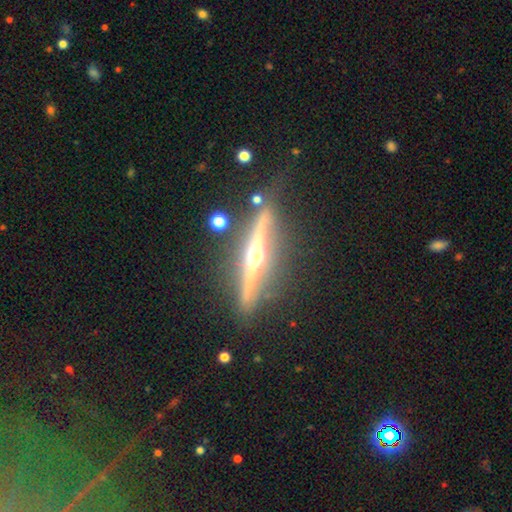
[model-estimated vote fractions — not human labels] smooth_or_featured: featured or disk (p=0.82) [alt: smooth p=0.12]
disk_edge_on: yes (p=0.96) [alt: no p=0.04]
edge_on_bulge: rounded (p=0.94) [alt: boxy p=0.03]
merging: none (p=0.82) [alt: minor disturbance p=0.11]